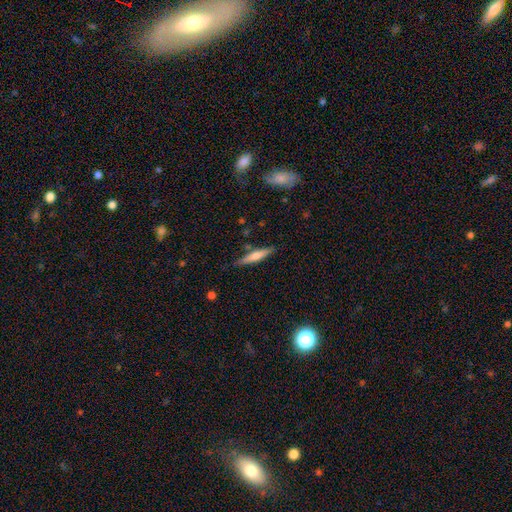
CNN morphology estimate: smooth-or-featured: smooth: 54% | featured or disk: 39% | star or artifact: 6%
  how-rounded: cigar-shaped: 89% | in between: 10% | round: 2%
  merging: none: 82% | minor disturbance: 12% | merger: 3% | major disturbance: 2%